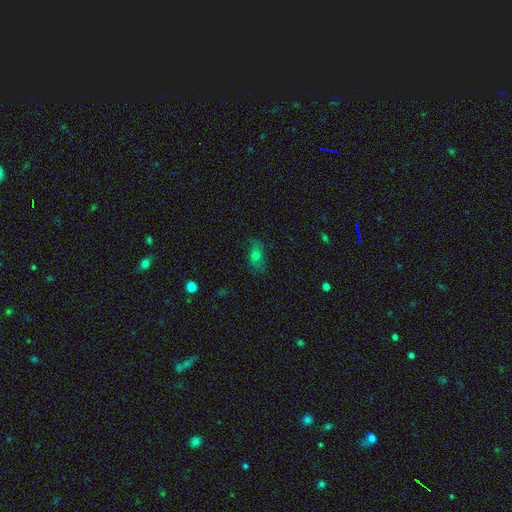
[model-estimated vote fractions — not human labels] This is likely a smooth galaxy (61%). How rounded: likely in between (78%). Merging: likely none (70%).